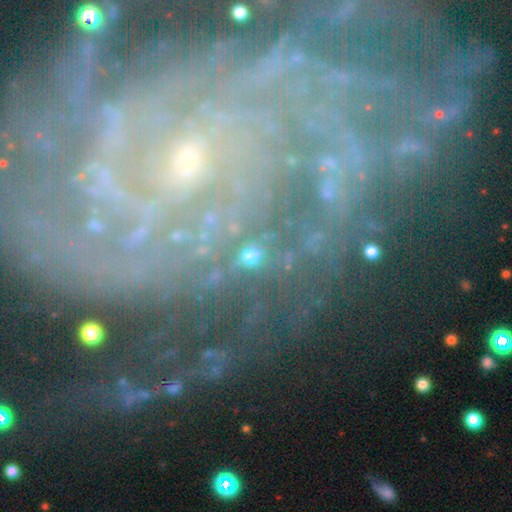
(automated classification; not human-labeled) star or artifact 40%, featured or disk 36%, smooth 24%.